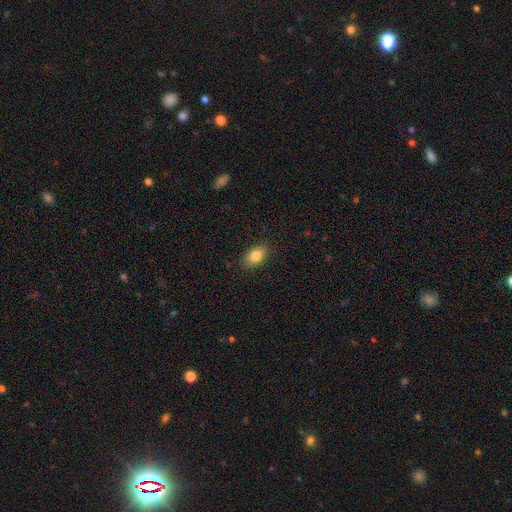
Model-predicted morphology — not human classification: This appears to be a smooth galaxy with no disk features (83%) that is in between round and cigar-shaped (87%). Merging: none (87%).